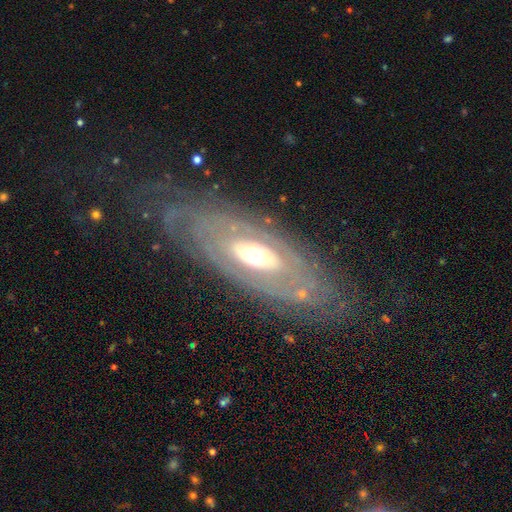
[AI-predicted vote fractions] featured or disk 79%, smooth 15%, star or artifact 6%. Down the decision tree: edge-on disk — no (85%); bar — no (78%); spiral arms — yes (53%); bulge size — moderate (65%); merging — none (74%).